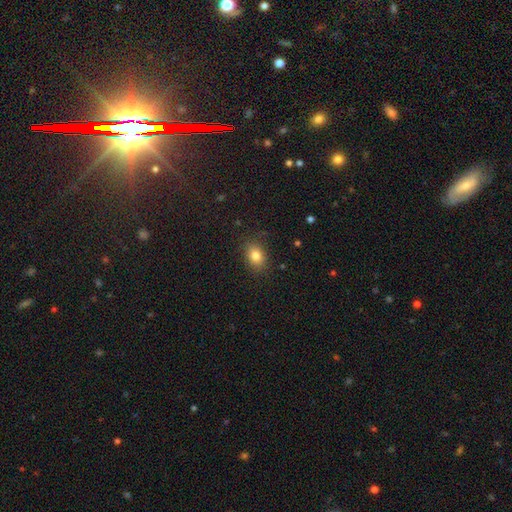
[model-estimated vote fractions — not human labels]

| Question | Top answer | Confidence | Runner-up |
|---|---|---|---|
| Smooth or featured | smooth | 83% | star or artifact (10%) |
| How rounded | in between | 69% | round (29%) |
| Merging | none | 84% | minor disturbance (12%) |